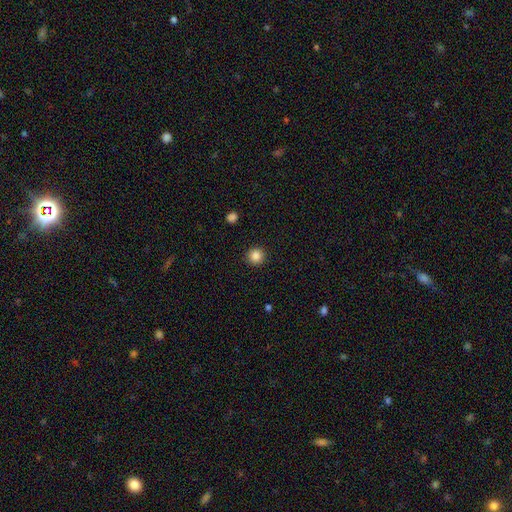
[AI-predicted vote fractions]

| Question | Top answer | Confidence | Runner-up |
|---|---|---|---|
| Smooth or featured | smooth | 86% | star or artifact (10%) |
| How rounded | round | 95% | in between (4%) |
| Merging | none | 93% | minor disturbance (4%) |